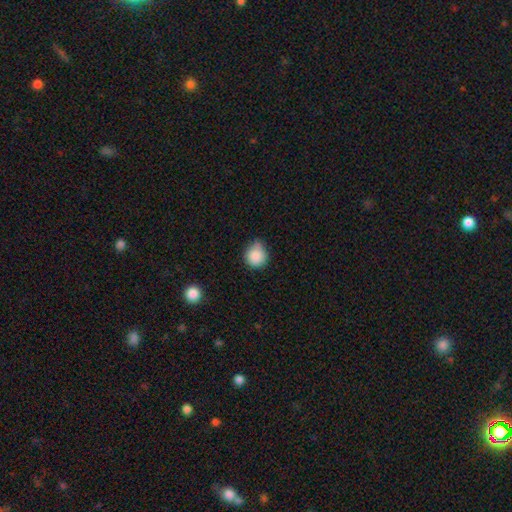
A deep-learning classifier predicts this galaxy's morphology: A smooth galaxy with no disk features (86%) that is round (84%). Merging: none (54%).